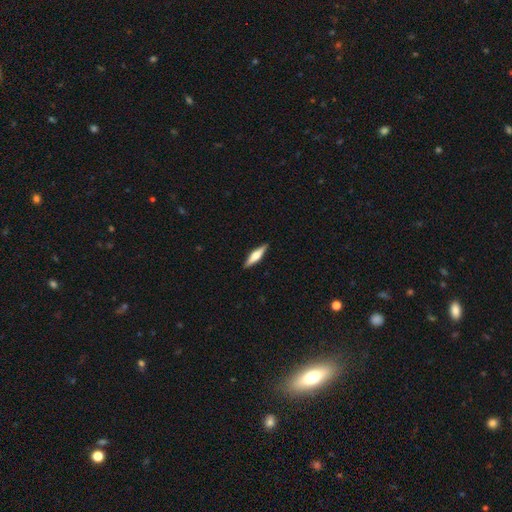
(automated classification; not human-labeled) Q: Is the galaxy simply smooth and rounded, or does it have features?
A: featured or disk — 51%.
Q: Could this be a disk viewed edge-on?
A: yes — 96%.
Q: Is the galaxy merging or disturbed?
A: none — 90%.